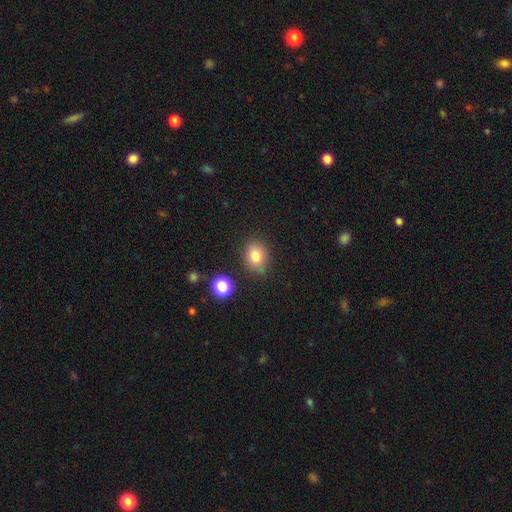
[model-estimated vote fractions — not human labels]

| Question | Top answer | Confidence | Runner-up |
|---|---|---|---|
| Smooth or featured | smooth | 80% | star or artifact (12%) |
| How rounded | round | 51% | in between (48%) |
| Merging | none | 83% | minor disturbance (12%) |